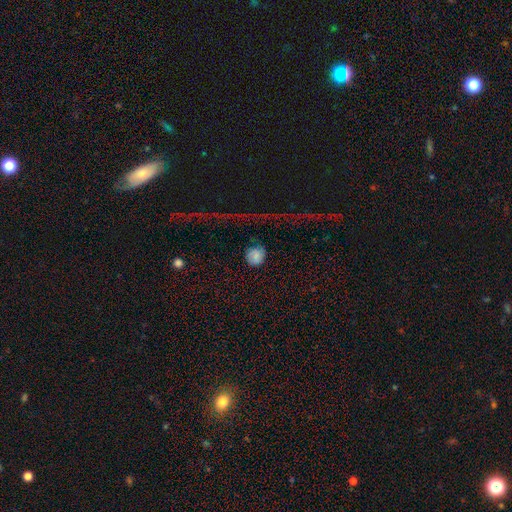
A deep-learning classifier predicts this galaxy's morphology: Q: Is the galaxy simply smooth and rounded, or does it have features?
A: smooth — 72%.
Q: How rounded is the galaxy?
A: round — 92%.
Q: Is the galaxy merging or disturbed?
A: none — 81%.